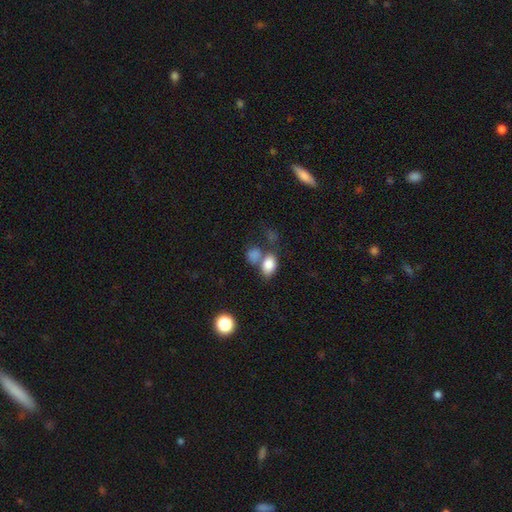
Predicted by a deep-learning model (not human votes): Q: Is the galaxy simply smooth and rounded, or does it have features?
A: smooth — 75%.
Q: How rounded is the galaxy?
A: in between — 73%.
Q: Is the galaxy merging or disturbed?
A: none — 45%.